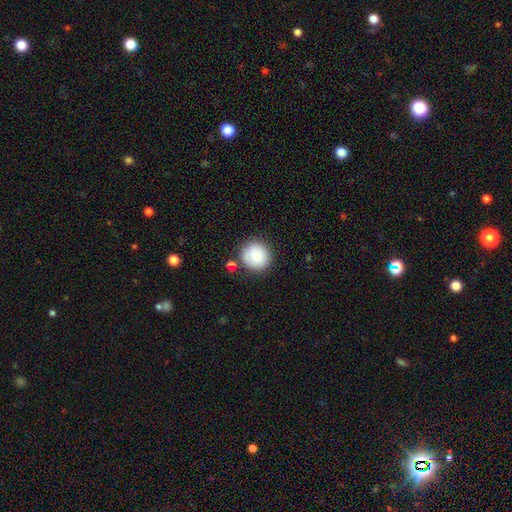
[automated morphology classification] Smooth or featured? Predicted: smooth (p=0.84). How rounded? Predicted: round (p=0.93). Merging? Predicted: none (p=0.80).